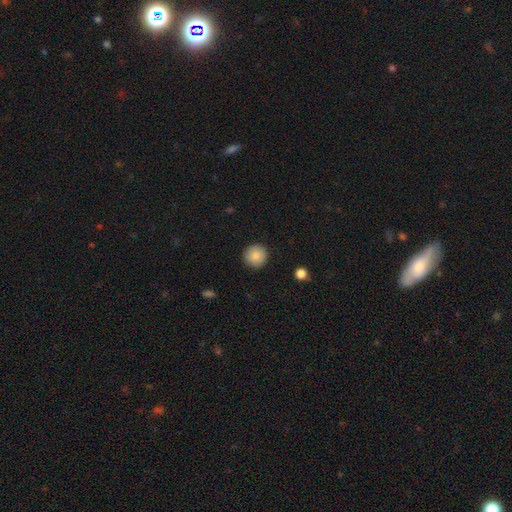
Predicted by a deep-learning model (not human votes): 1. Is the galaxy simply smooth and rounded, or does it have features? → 86% smooth, 8% star or artifact, 6% featured or disk.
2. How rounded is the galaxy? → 95% round, 4% in between, 1% cigar-shaped.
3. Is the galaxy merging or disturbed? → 92% none, 5% minor disturbance, 2% major disturbance, 1% merger.